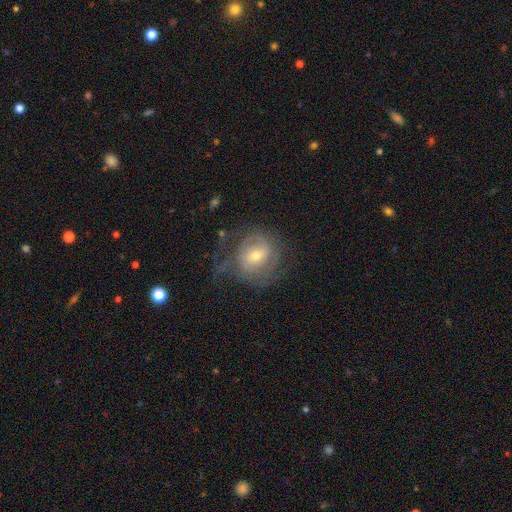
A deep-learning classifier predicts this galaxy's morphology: Overall: featured or disk (67%). Edge-on disk: no (96%). Bar: no (45%; weak 42%). Spiral arms: yes (78%). Spiral arm count: 2 (43%; can't tell 34%). Spiral winding: tight (42%; medium 37%). Bulge size: moderate (53%; small 42%). Merging: none (50%; major disturbance 25%).